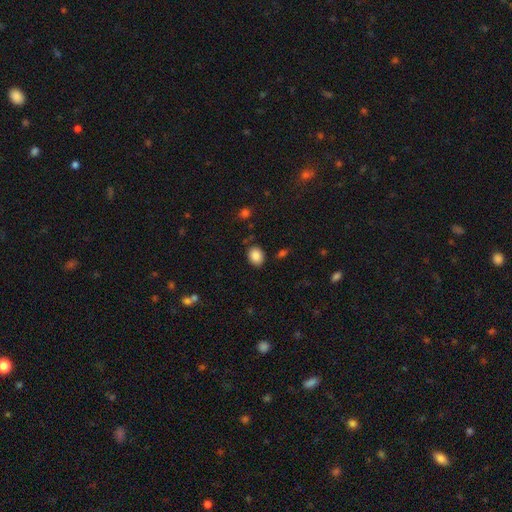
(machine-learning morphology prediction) A smooth galaxy with no disk features (87%) that is in between round and cigar-shaped (54%). Merging: none (82%).